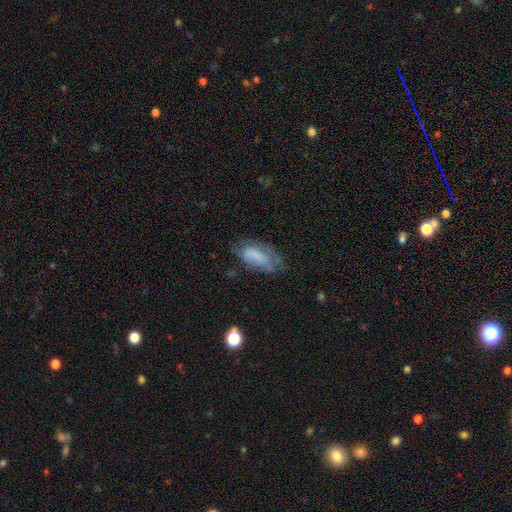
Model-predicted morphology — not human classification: Smooth or featured? smooth (59%)
How rounded? in between (87%)
Merging? none (44%)